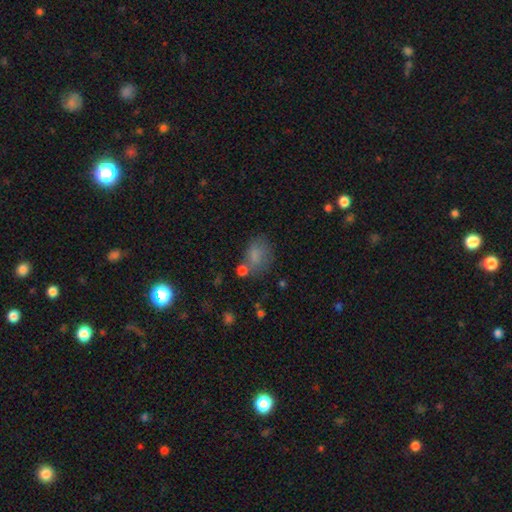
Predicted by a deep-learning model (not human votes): Q: Smooth or featured?
A: smooth (73%); runner-up: star or artifact (14%)
Q: How rounded?
A: in between (70%); runner-up: round (29%)
Q: Merging?
A: none (52%); runner-up: minor disturbance (22%)